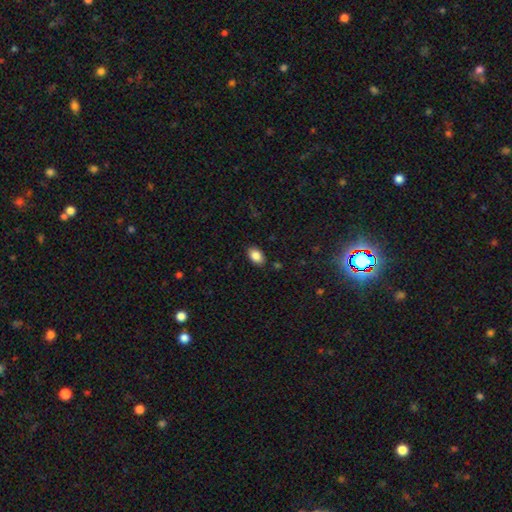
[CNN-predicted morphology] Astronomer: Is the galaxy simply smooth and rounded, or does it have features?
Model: smooth — 86%.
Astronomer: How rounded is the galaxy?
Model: in between — 87%.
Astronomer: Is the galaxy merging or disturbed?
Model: none — 86%.